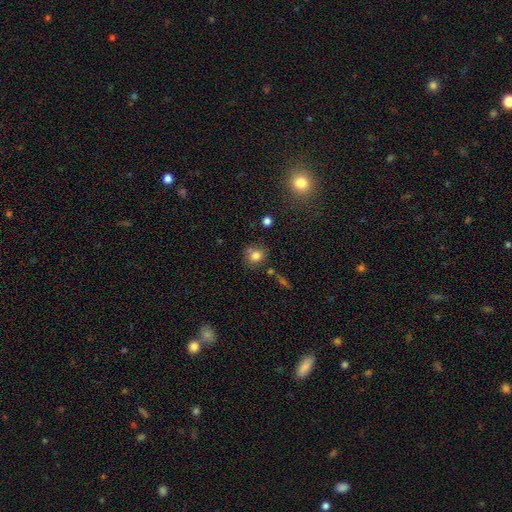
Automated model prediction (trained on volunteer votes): Smooth or featured?
  - smooth: 78% *
  - star or artifact: 12%
  - featured or disk: 10%
How rounded?
  - round: 72% *
  - in between: 27%
  - cigar-shaped: 1%
Merging?
  - none: 65% *
  - minor disturbance: 15%
  - merger: 15%
  - major disturbance: 5%